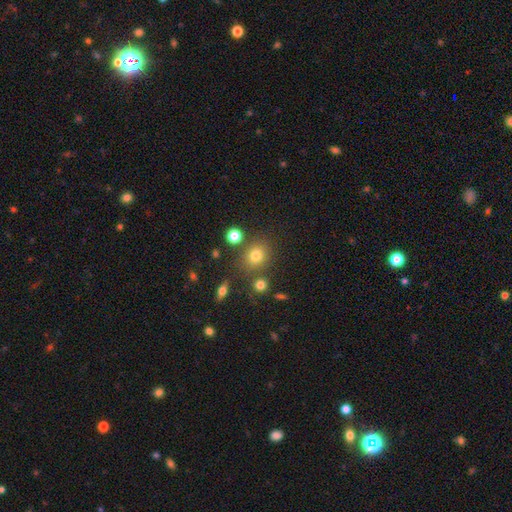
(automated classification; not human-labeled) Overall: smooth (76%). How rounded: round (75%). Merging: none (76%).